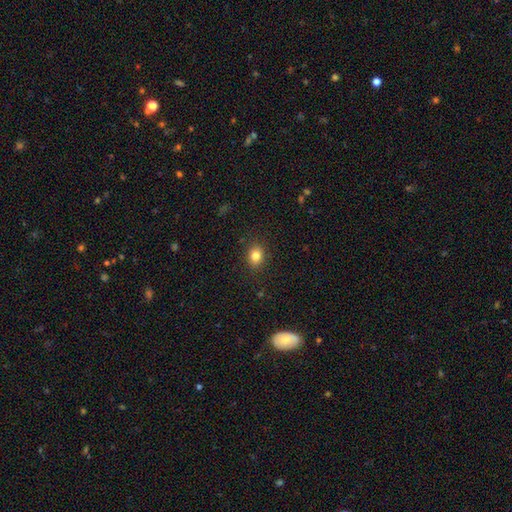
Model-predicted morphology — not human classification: smooth-or-featured: smooth: 82% | star or artifact: 11% | featured or disk: 7%
  how-rounded: in between: 51% | round: 48% | cigar-shaped: 1%
  merging: none: 87% | minor disturbance: 9% | major disturbance: 3% | merger: 1%